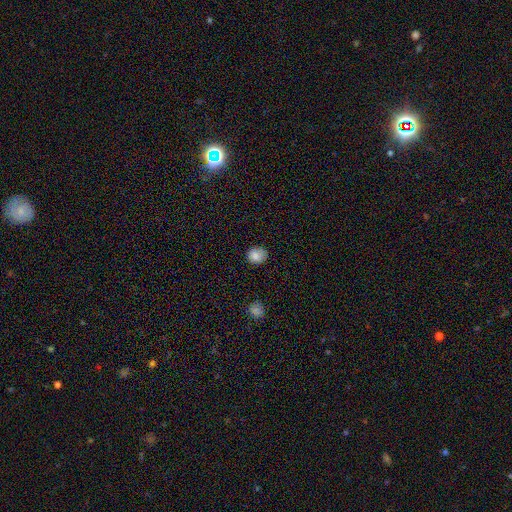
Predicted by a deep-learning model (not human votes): Morphology: type=smooth (84%); roundness=round (67%); merging=none (78%).